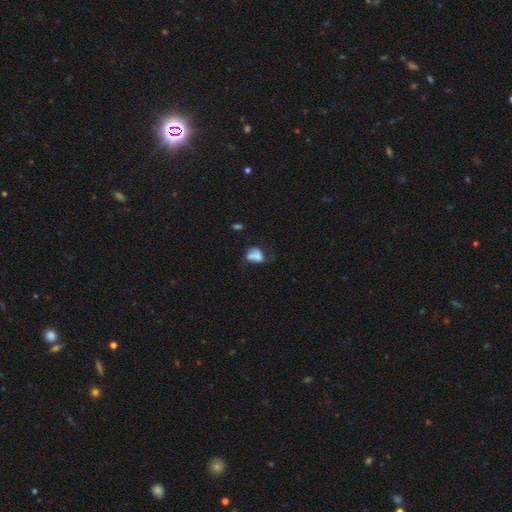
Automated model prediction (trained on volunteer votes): A smooth galaxy with no disk features (59%) that is in between round and cigar-shaped (70%).

Vote fractions:
- Smooth or featured? smooth: 59% / featured or disk: 29% / star or artifact: 11%
- How rounded? in between: 70% / round: 28% / cigar-shaped: 2%
- Merging? merger: 28% (tied) / major disturbance: 28% (tied) / minor disturbance: 22% / none: 22%